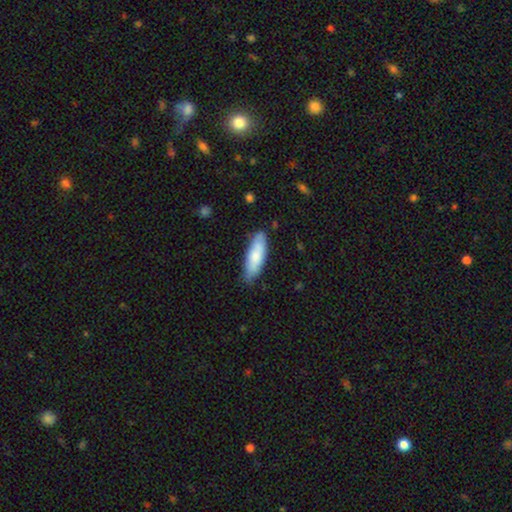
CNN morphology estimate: Smooth or featured? Predicted: smooth (p=0.78). How rounded? Predicted: in between (p=0.51). Merging? Predicted: none (p=0.79).